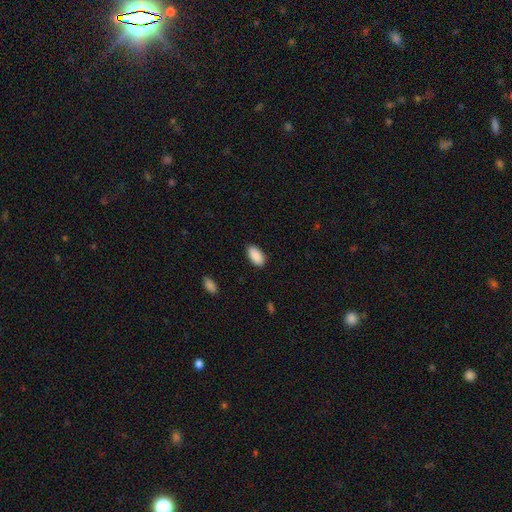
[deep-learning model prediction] Overall: smooth (91%). How rounded: in between (95%). Merging: none (88%).